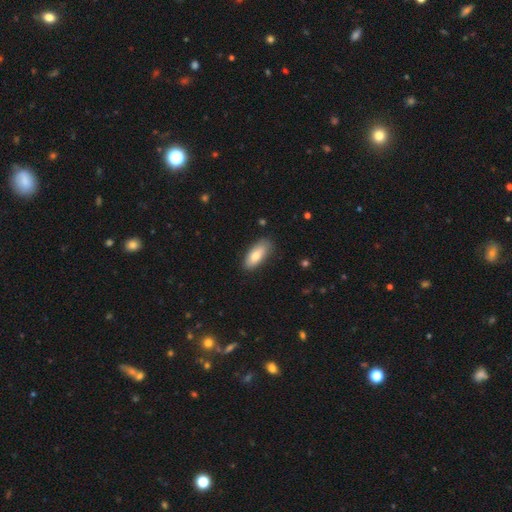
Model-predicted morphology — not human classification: smooth 80%, featured or disk 14%, star or artifact 6%. Down the decision tree: how rounded — in between (83%); merging — none (79%).